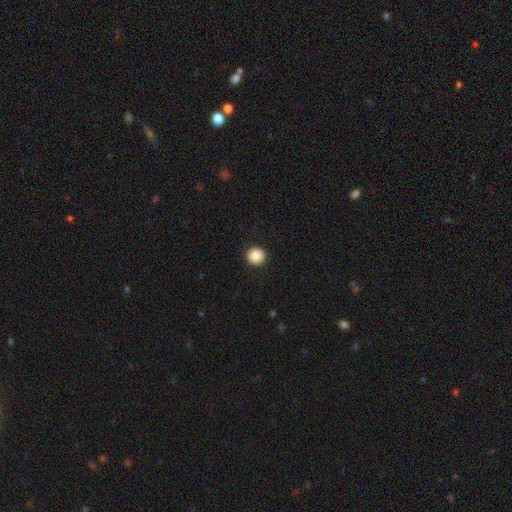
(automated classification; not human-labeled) smooth_or_featured: smooth (p=0.85) [alt: star or artifact p=0.09]
how_rounded: round (p=0.94) [alt: in between p=0.05]
merging: none (p=0.91) [alt: minor disturbance p=0.06]